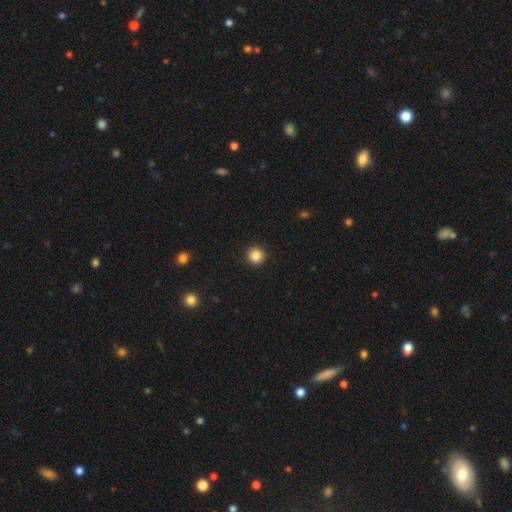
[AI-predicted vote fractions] Overall: smooth (86%). How rounded: round (95%). Merging: none (93%).